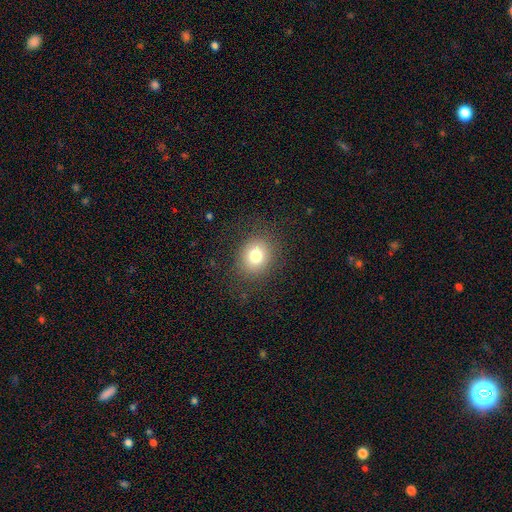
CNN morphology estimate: This appears to be a smooth galaxy with no disk features (78%) that is round (70%). Merging: none (84%).